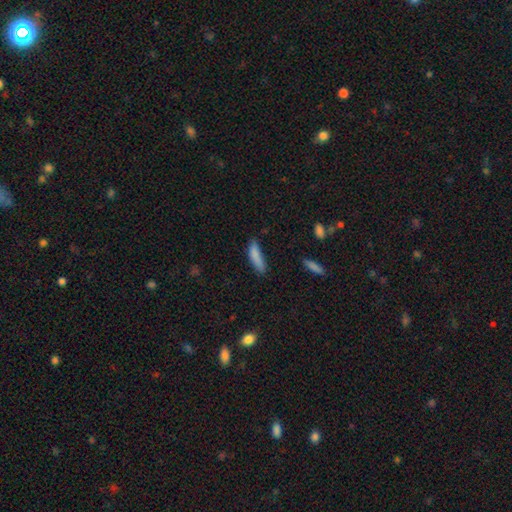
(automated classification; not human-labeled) Smooth or featured?
  - smooth: 84% *
  - featured or disk: 8%
  - star or artifact: 7%
How rounded?
  - cigar-shaped: 61% *
  - in between: 37%
  - round: 2%
Merging?
  - none: 62% *
  - minor disturbance: 28%
  - major disturbance: 7%
  - merger: 3%